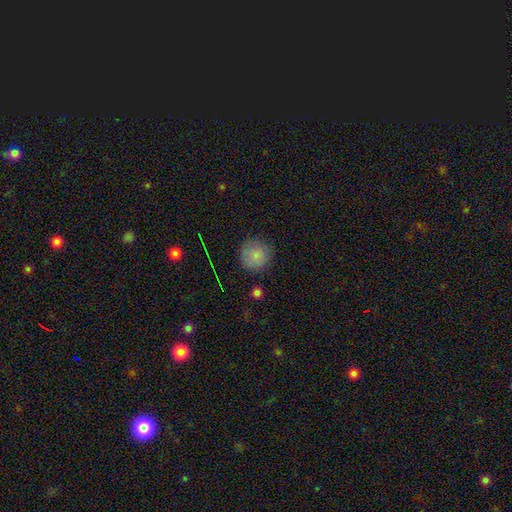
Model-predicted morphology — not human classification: Smooth or featured? Predicted: smooth (p=0.82). How rounded? Predicted: round (p=0.94). Merging? Predicted: none (p=0.84).